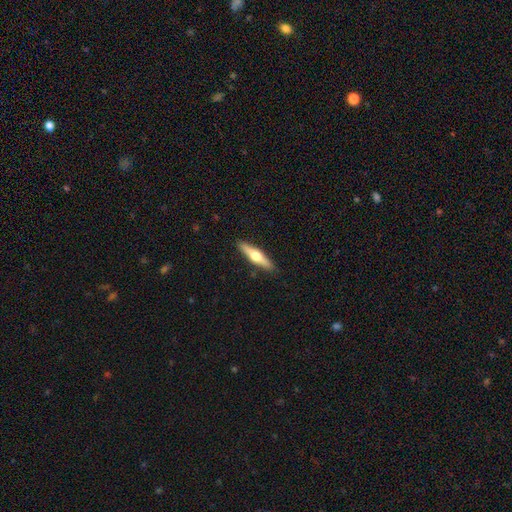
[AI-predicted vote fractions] A featured or disk galaxy (56%) viewed edge-on (95%) with a rounded central bulge (95%).

Vote fractions:
- Smooth or featured? featured or disk: 56% / smooth: 39% / star or artifact: 5%
- Edge-on disk? yes: 95% / no: 5%
- Edge-on bulge? rounded: 95% / boxy: 3% / none: 2%
- Merging? none: 90% / minor disturbance: 7% / major disturbance: 2% / merger: 1%